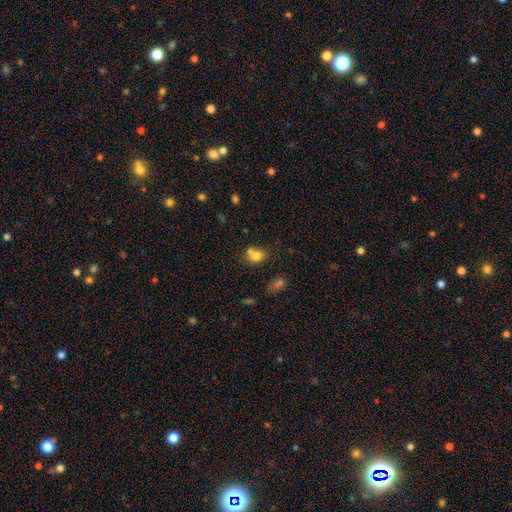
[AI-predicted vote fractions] Smooth or featured?
  - smooth: 74% *
  - featured or disk: 14%
  - star or artifact: 11%
How rounded?
  - round: 51% *
  - in between: 48%
  - cigar-shaped: 1%
Merging?
  - merger: 48% *
  - none: 35%
  - minor disturbance: 12%
  - major disturbance: 5%